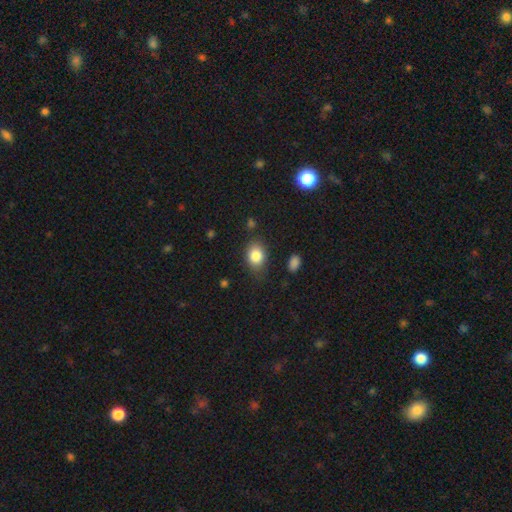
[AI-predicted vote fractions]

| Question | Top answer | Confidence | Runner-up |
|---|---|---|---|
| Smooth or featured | smooth | 84% | star or artifact (9%) |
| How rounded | in between | 68% | round (31%) |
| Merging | none | 75% | minor disturbance (18%) |